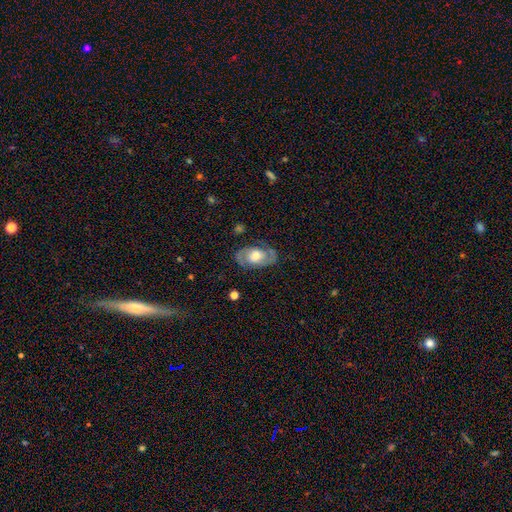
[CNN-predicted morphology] A featured or disk galaxy (71%) with no bar (63%), 2 (85%) medium (48%) spiral arms (77%) and a moderate central bulge (46%).

Vote fractions:
- Smooth or featured? featured or disk: 71% / smooth: 24% / star or artifact: 6%
- Edge-on disk? no: 94% / yes: 6%
- Bar? no: 63% / weak: 29% / strong: 7%
- Spiral arms? yes: 77% / no: 23%
- Spiral winding? medium: 48% / tight: 32% / loose: 19%
- Spiral arm count? 2: 85% / can't tell: 9% / 1: 3% / 3: 1% / 4: 1% / more than 4: 1%
- Bulge size? moderate: 46% / large: 39% / small: 9% / dominant: 3% / none: 3%
- Merging? none: 78% / minor disturbance: 15% / major disturbance: 6% / merger: 1%